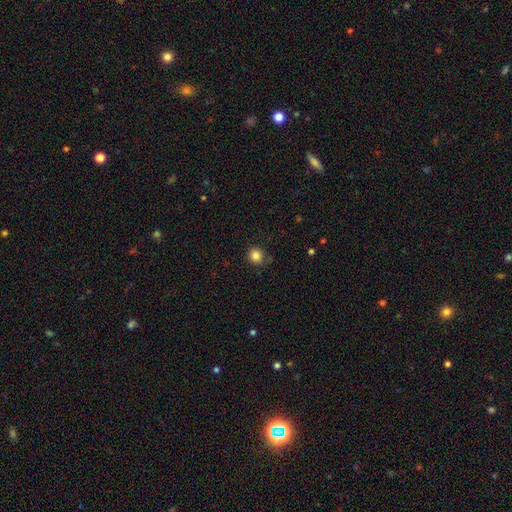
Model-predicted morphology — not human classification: Smooth or featured?
  - smooth: 84% *
  - star or artifact: 11%
  - featured or disk: 4%
How rounded?
  - round: 90% *
  - in between: 9%
  - cigar-shaped: 1%
Merging?
  - none: 85% *
  - minor disturbance: 11%
  - major disturbance: 3%
  - merger: 2%